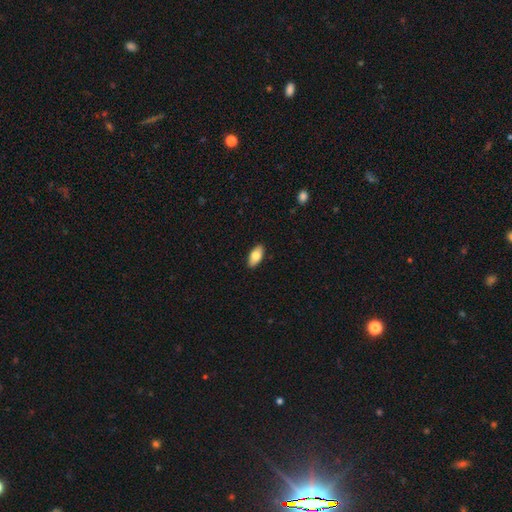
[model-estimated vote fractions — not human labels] Smooth or featured: smooth — 79% (featured or disk — 15%)
How rounded: in between — 90% (cigar-shaped — 7%)
Merging: none — 90% (minor disturbance — 8%)